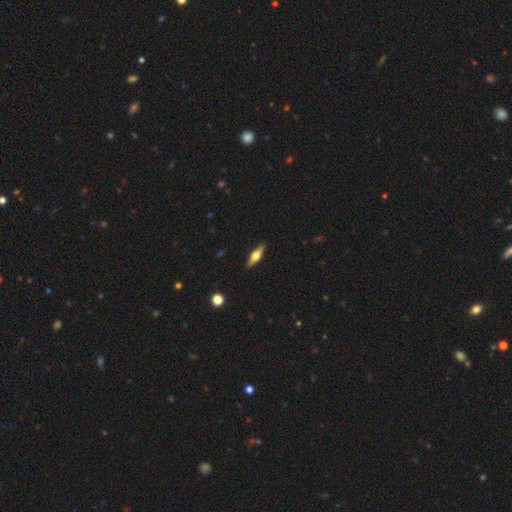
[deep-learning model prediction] A featured or disk galaxy (50%) viewed edge-on (93%). Merging: none (90%).